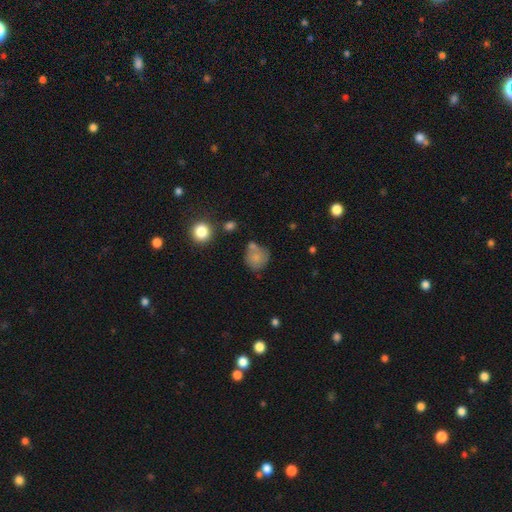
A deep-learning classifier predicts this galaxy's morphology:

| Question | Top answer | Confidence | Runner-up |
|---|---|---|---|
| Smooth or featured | smooth | 72% | featured or disk (18%) |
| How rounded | round | 79% | in between (20%) |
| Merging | none | 50% | minor disturbance (22%) |